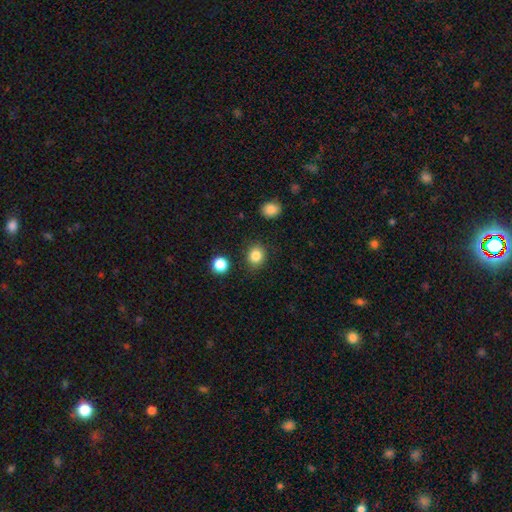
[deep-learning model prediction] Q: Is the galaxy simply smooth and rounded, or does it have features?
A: smooth — 84%.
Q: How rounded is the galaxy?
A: round — 75%.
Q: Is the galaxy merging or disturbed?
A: none — 87%.